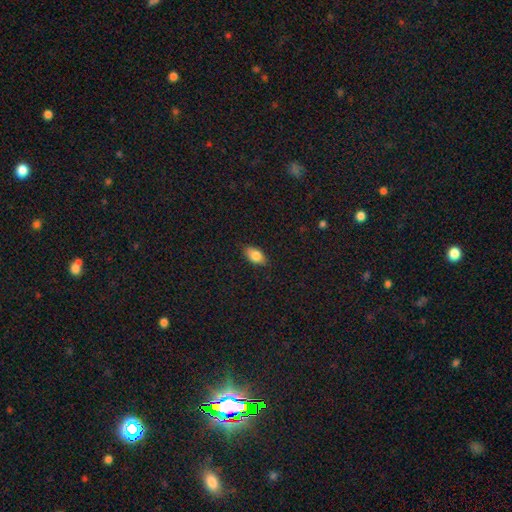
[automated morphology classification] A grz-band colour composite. It shows a smooth galaxy with no disk features (82%) that is in between round and cigar-shaped (90%). Merging: none (85%).